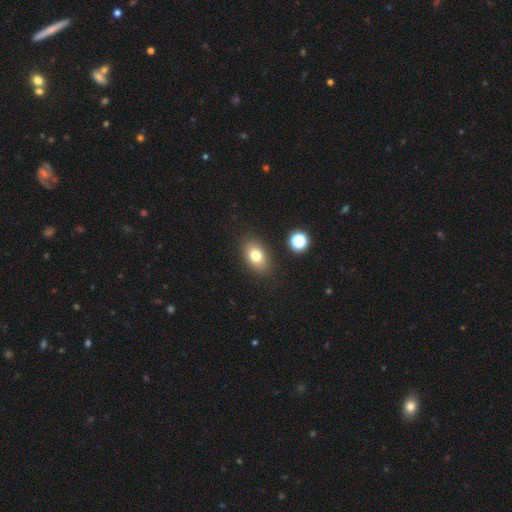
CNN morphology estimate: type=smooth (78%); roundness=in between (84%); merging=none (86%).